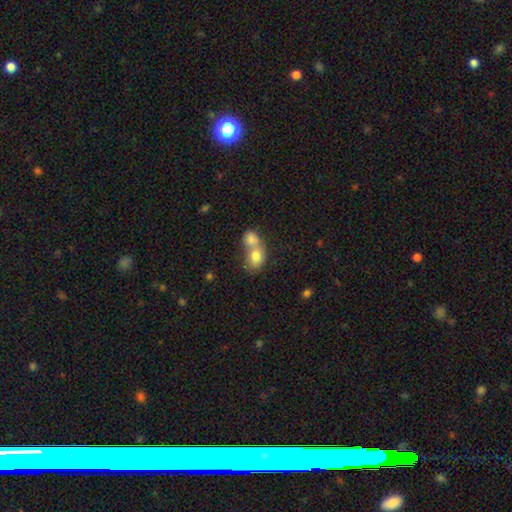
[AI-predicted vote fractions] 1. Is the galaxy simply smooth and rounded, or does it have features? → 78% smooth, 14% featured or disk, 8% star or artifact.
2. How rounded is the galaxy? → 52% in between, 47% round, 1% cigar-shaped.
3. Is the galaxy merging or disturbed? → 71% merger, 21% none, 6% minor disturbance, 3% major disturbance.